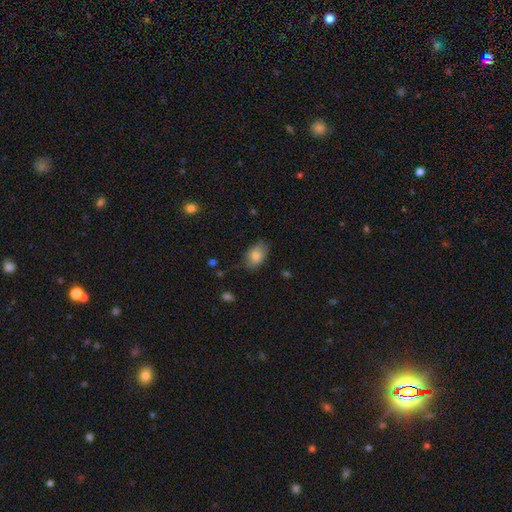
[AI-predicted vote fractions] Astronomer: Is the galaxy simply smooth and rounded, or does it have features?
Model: smooth — 79%.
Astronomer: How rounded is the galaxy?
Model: in between — 86%.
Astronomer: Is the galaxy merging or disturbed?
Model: none — 74%.